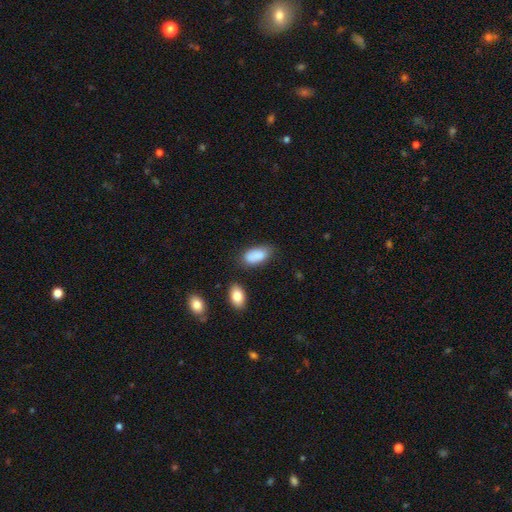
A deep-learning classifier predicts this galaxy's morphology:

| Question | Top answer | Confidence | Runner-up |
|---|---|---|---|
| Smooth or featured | smooth | 88% | star or artifact (7%) |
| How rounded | in between | 93% | cigar-shaped (4%) |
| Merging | none | 67% | minor disturbance (21%) |